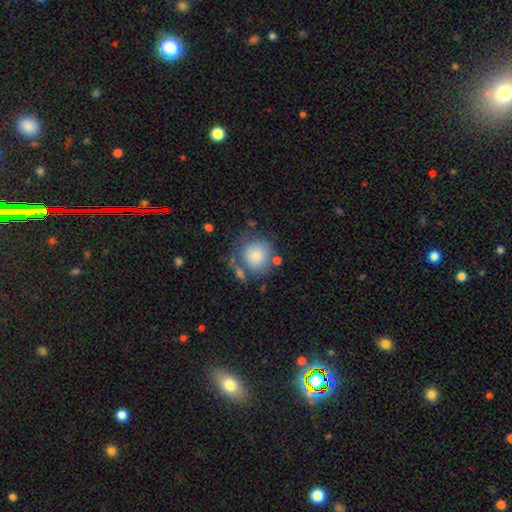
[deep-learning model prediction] smooth 80%, featured or disk 13%, star or artifact 7%. Down the decision tree: how rounded — round (87%); merging — none (57%).